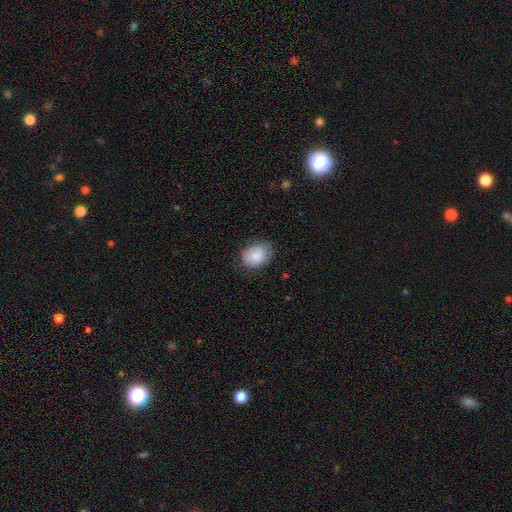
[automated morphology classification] Q: Smooth or featured?
A: smooth (84%); runner-up: featured or disk (9%)
Q: How rounded?
A: in between (65%); runner-up: round (35%)
Q: Merging?
A: none (71%); runner-up: minor disturbance (23%)